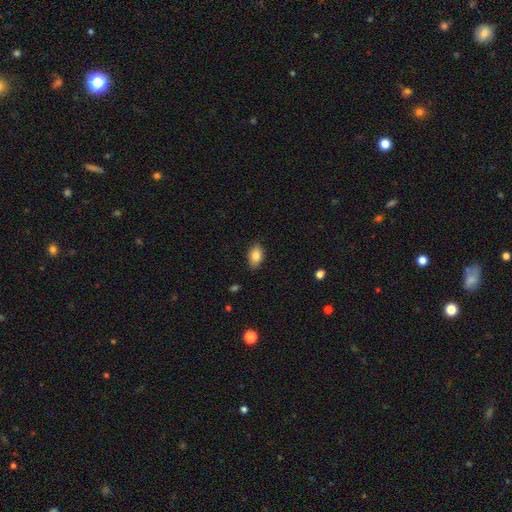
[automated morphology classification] A smooth galaxy with no disk features (84%) that is in between round and cigar-shaped (88%). Merging: none (83%).